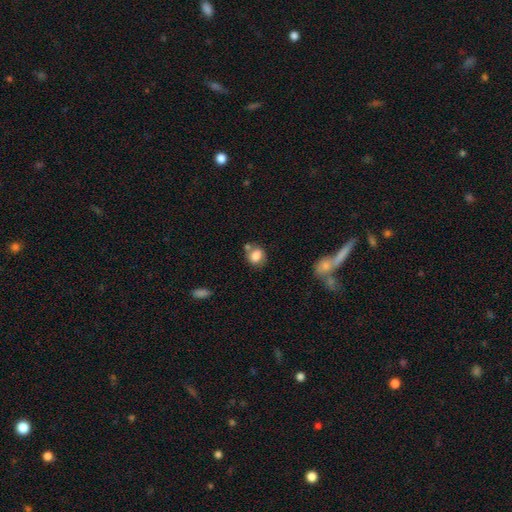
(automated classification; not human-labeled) Smooth or featured?
  - smooth: 79% *
  - featured or disk: 12%
  - star or artifact: 9%
How rounded?
  - round: 58% *
  - in between: 41%
  - cigar-shaped: 1%
Merging?
  - none: 53% *
  - merger: 21%
  - minor disturbance: 20%
  - major disturbance: 7%